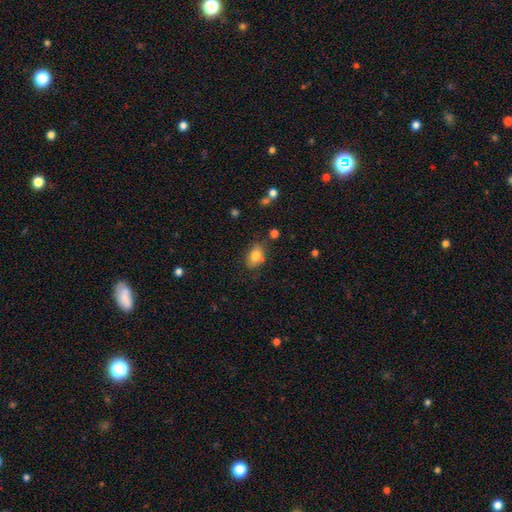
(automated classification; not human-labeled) Smooth or featured: smooth — 80% (featured or disk — 11%)
How rounded: in between — 82% (round — 16%)
Merging: none — 72% (minor disturbance — 18%)